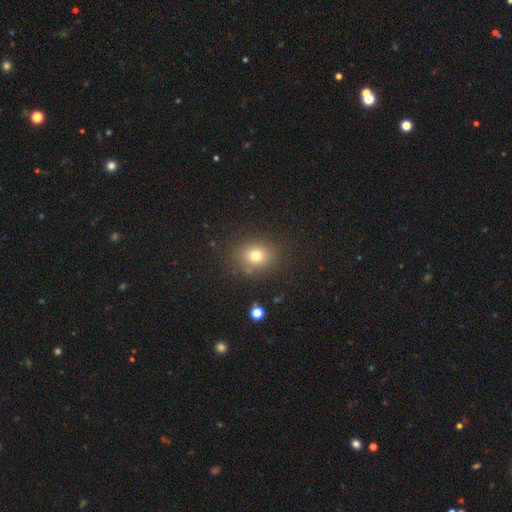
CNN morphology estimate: Q: Smooth or featured?
A: smooth (75%); runner-up: star or artifact (15%)
Q: How rounded?
A: round (65%); runner-up: in between (34%)
Q: Merging?
A: none (83%); runner-up: minor disturbance (10%)